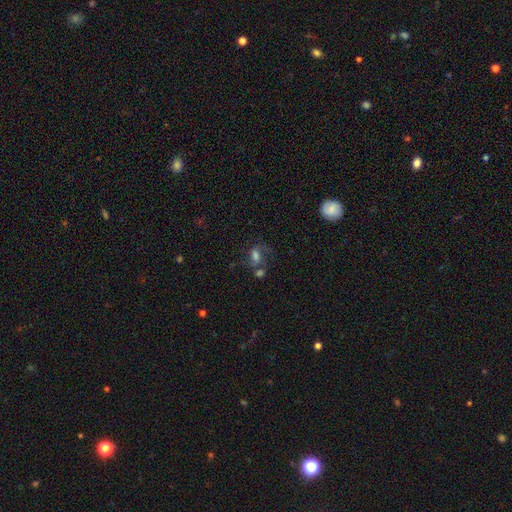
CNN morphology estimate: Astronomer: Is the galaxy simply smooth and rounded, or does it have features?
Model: smooth — 45% (runner-up: featured or disk, 38%).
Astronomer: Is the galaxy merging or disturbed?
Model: none — 42% (runner-up: merger, 23%).